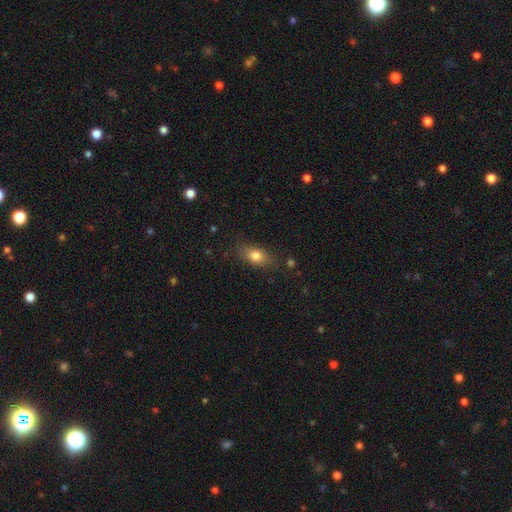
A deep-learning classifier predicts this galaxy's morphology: type=smooth (80%); roundness=in between (79%); merging=none (80%).